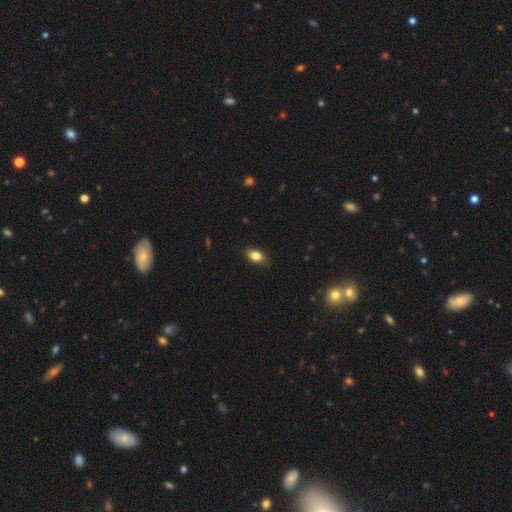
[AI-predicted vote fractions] smooth-or-featured: smooth: 84% | star or artifact: 9% | featured or disk: 8%
  how-rounded: in between: 85% | round: 13% | cigar-shaped: 2%
  merging: none: 84% | minor disturbance: 12% | major disturbance: 2% | merger: 1%